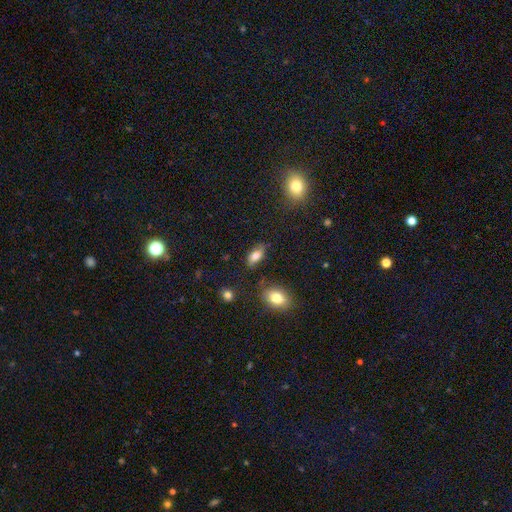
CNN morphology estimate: This is likely a smooth galaxy (79%). How rounded: clearly in between (87%). Merging: likely none (75%).